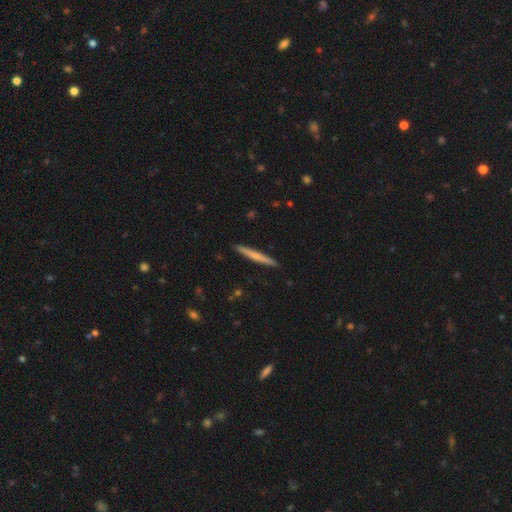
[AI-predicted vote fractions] smooth 62%, featured or disk 33%, star or artifact 5%. Down the decision tree: how rounded — cigar-shaped (97%); merging — none (92%).